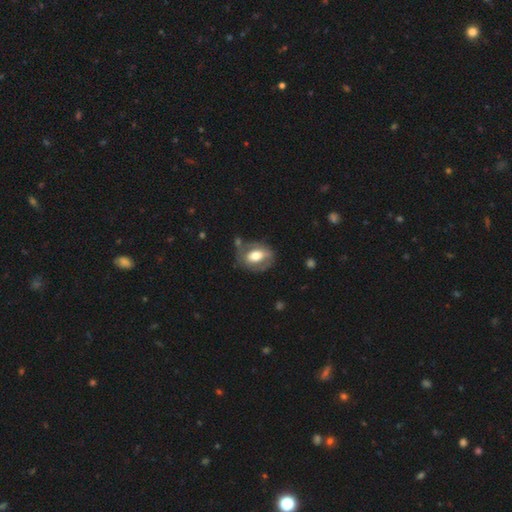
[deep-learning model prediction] This is possibly a smooth galaxy (49%). Merging: likely none (60%).